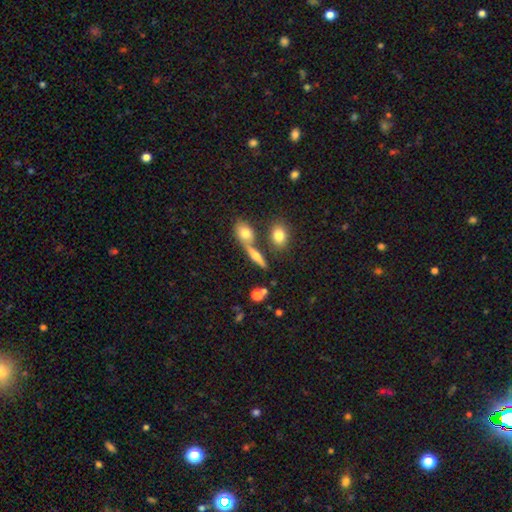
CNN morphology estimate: smooth 48%, featured or disk 41%, star or artifact 12%. Down the decision tree: merging — none (58%).